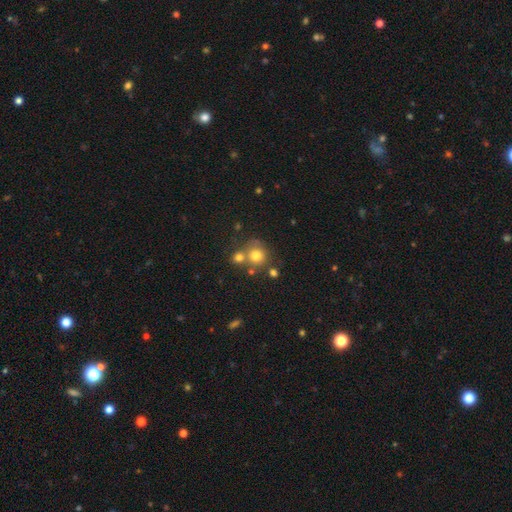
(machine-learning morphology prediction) Overall: smooth (75%). How rounded: round (87%). Merging: none (54%; merger 29%).